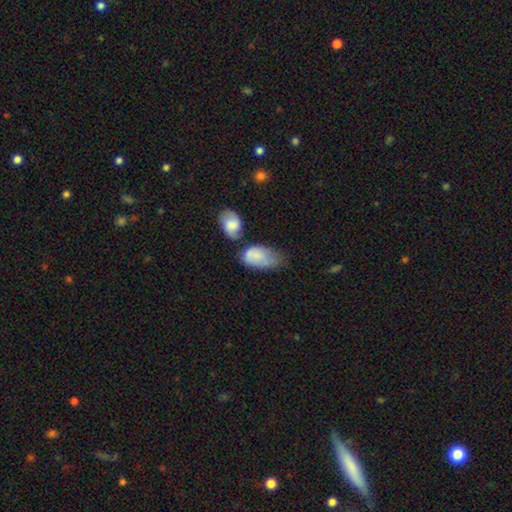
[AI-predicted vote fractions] Smooth or featured? smooth (74%)
How rounded? in between (92%)
Merging? minor disturbance (31%)